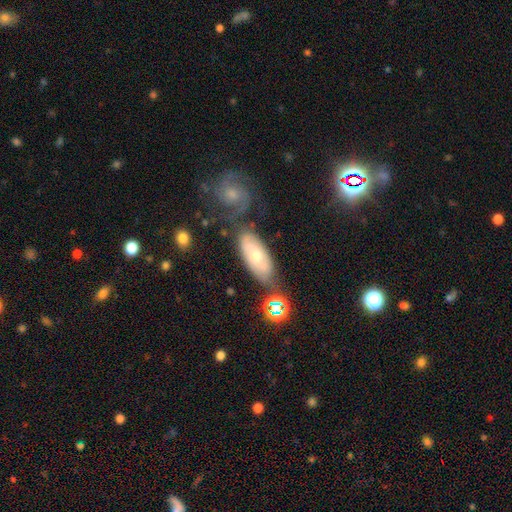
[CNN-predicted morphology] Smooth or featured?
  - featured or disk: 52% *
  - smooth: 39%
  - star or artifact: 9%
Edge-on disk?
  - no: 84% *
  - yes: 16%
Merging?
  - none: 58% *
  - minor disturbance: 21%
  - merger: 13%
  - major disturbance: 8%